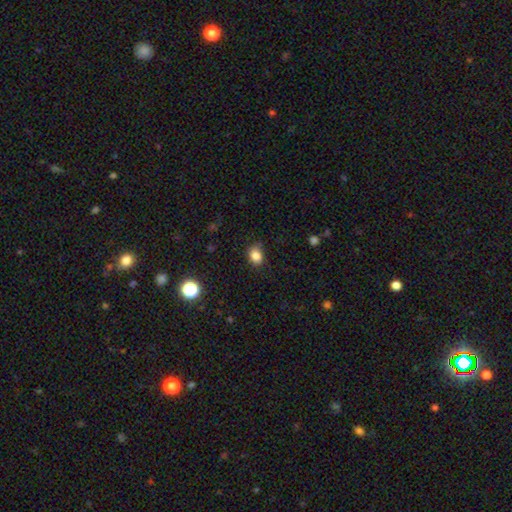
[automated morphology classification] Q: Smooth or featured?
A: smooth (84%); runner-up: star or artifact (11%)
Q: How rounded?
A: in between (54%); runner-up: round (45%)
Q: Merging?
A: none (76%); runner-up: minor disturbance (19%)